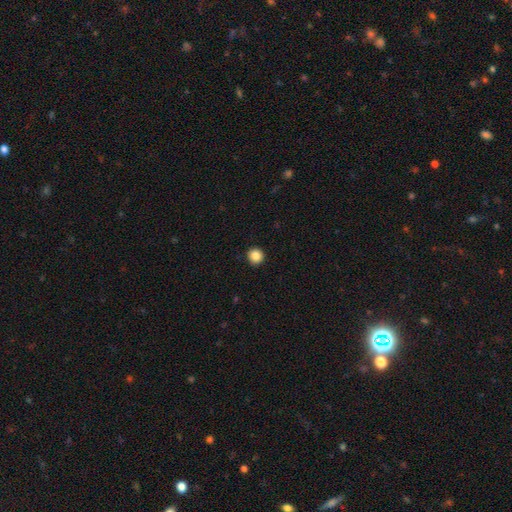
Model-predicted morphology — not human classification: A smooth galaxy with no disk features (86%) that is round (95%). Merging: none (94%).